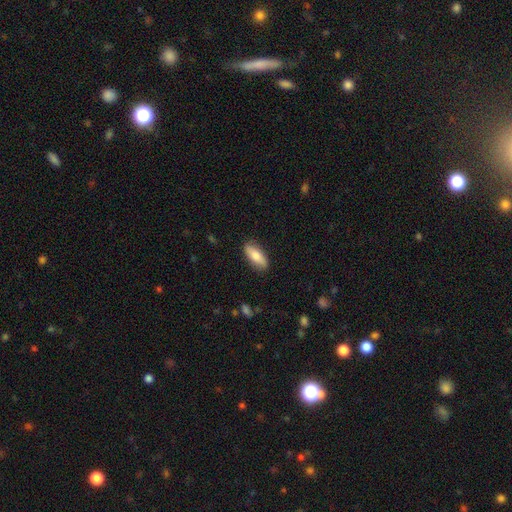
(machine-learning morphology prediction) A smooth galaxy with no disk features (77%) that is in between round and cigar-shaped (76%).

Vote fractions:
- Smooth or featured? smooth: 77% / featured or disk: 18% / star or artifact: 6%
- How rounded? in between: 76% / cigar-shaped: 22% / round: 2%
- Merging? none: 84% / minor disturbance: 13% / major disturbance: 2% / merger: 1%